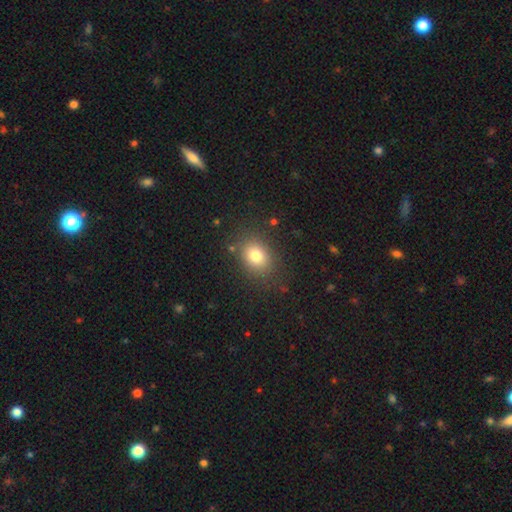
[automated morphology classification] Q: Smooth or featured?
A: smooth (79%); runner-up: star or artifact (12%)
Q: How rounded?
A: in between (55%); runner-up: round (44%)
Q: Merging?
A: none (82%); runner-up: minor disturbance (11%)